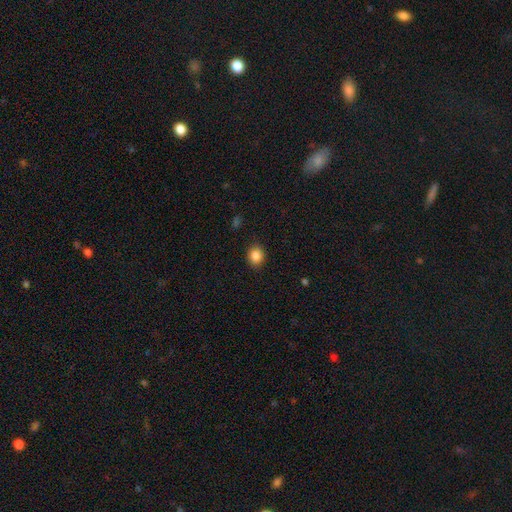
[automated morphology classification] Smooth or featured? Predicted: smooth (p=0.86). How rounded? Predicted: round (p=0.61). Merging? Predicted: none (p=0.88).